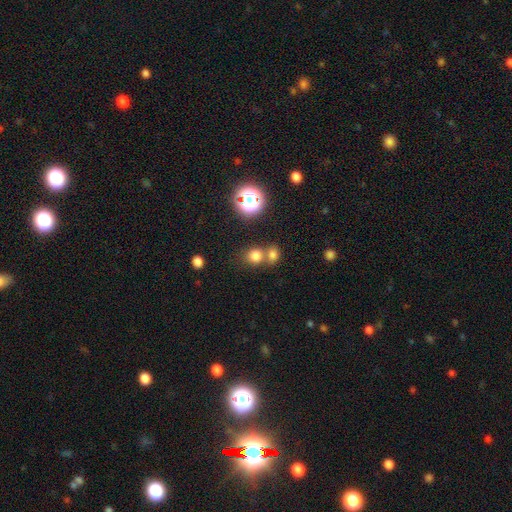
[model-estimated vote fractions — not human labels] Smooth or featured: smooth — 74% (star or artifact — 18%)
How rounded: round — 77% (in between — 22%)
Merging: none — 53% (merger — 35%)